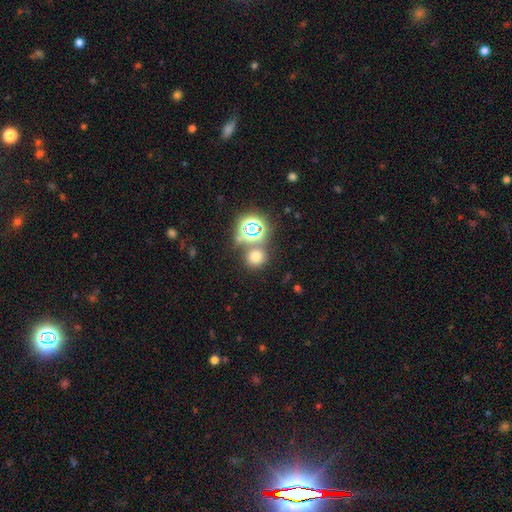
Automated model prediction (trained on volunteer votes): This appears to be a smooth galaxy with no disk features (64%) that is round (84%). Merging: none (72%).